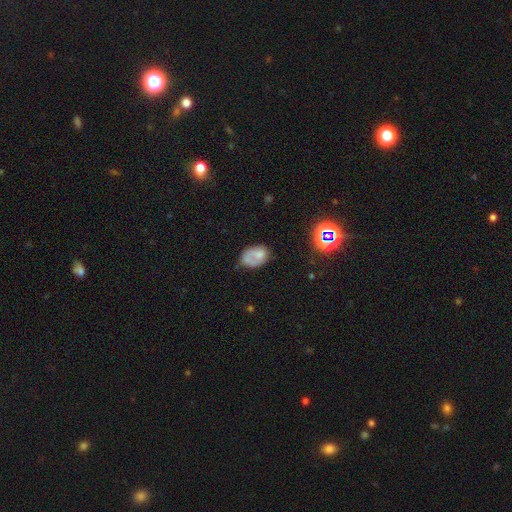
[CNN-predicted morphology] A smooth galaxy with no disk features (61%) that is in between round and cigar-shaped (81%). Merging: none (42%).